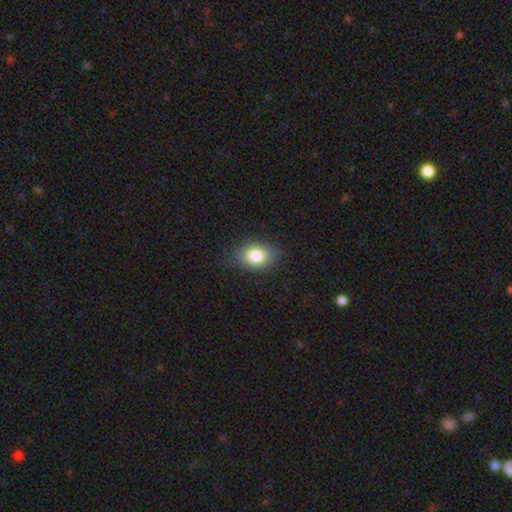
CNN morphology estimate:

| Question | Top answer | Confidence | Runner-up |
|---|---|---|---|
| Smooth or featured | smooth | 82% | featured or disk (9%) |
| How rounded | in between | 78% | round (21%) |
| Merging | none | 78% | minor disturbance (17%) |